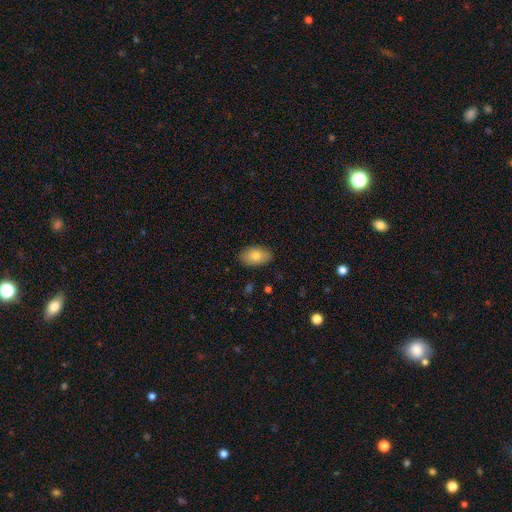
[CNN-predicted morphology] The model was most divided on "smooth or featured": smooth: 79%, featured or disk: 14%, star or artifact: 7%. More confident: how rounded — in between (91%); merging — none (86%).